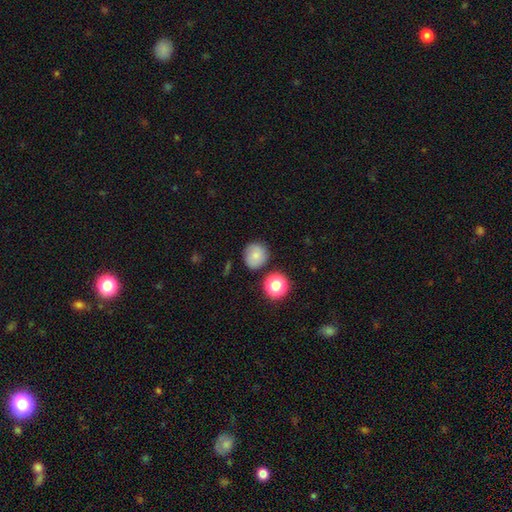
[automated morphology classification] This appears to be a smooth galaxy with no disk features (79%) that is round (87%). Merging: none (81%).